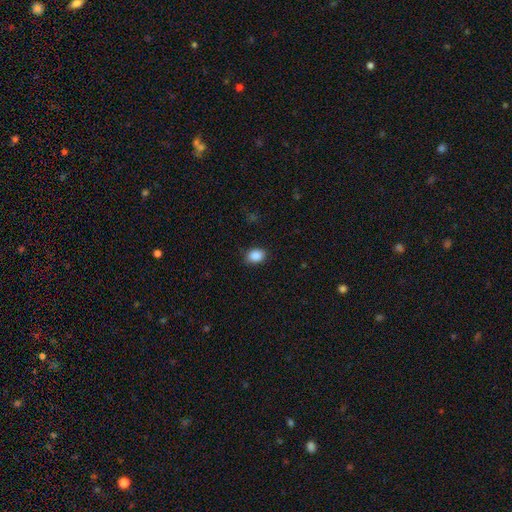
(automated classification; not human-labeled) smooth-or-featured: smooth: 88% | star or artifact: 8% | featured or disk: 3%
  how-rounded: in between: 73% | round: 26% | cigar-shaped: 1%
  merging: none: 84% | minor disturbance: 12% | major disturbance: 3% | merger: 1%